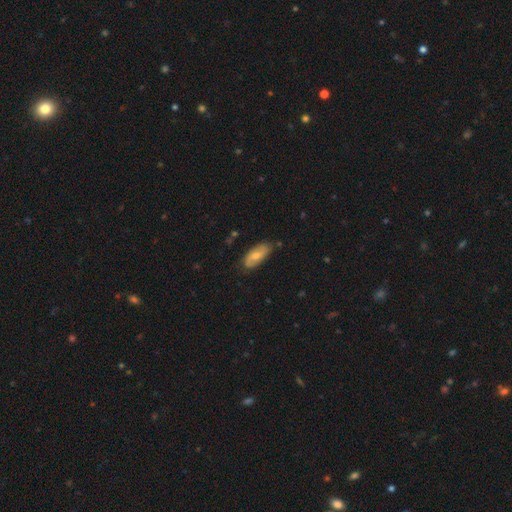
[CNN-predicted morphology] Q: Smooth or featured?
A: smooth (49%); runner-up: featured or disk (45%)
Q: Merging?
A: none (75%); runner-up: minor disturbance (19%)